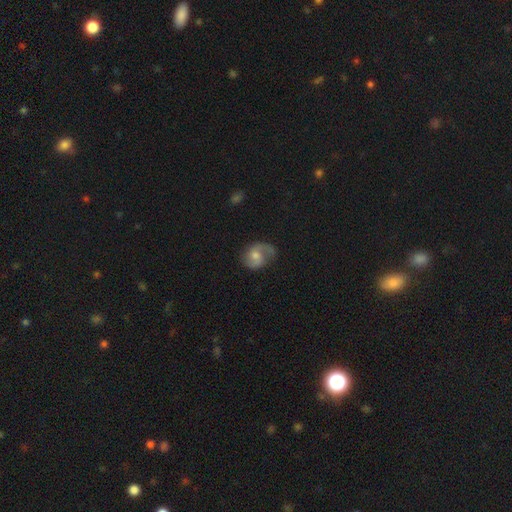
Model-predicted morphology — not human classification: smooth_or_featured: featured or disk (p=0.68) [alt: smooth p=0.24]
disk_edge_on: no (p=0.97) [alt: yes p=0.03]
bar: no (p=0.60) [alt: weak p=0.34]
has_spiral_arms: yes (p=0.92) [alt: no p=0.08]
spiral_winding: medium (p=0.46) [alt: loose p=0.35]
spiral_arm_count: 2 (p=0.72) [alt: 1 p=0.19]
bulge_size: moderate (p=0.57) [alt: small p=0.32]
merging: none (p=0.61) [alt: minor disturbance p=0.24]